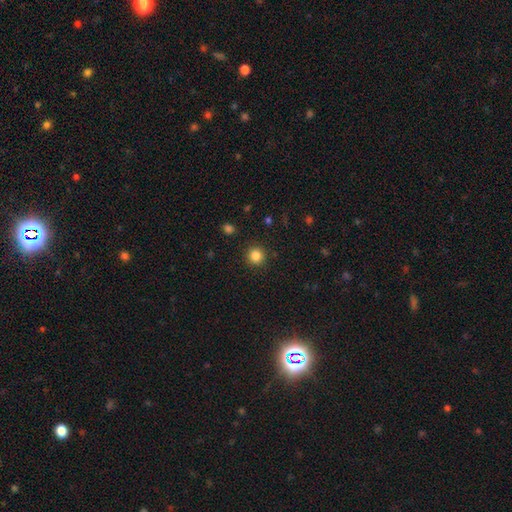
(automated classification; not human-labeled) Morphology: type=smooth (85%); roundness=round (93%); merging=none (91%).